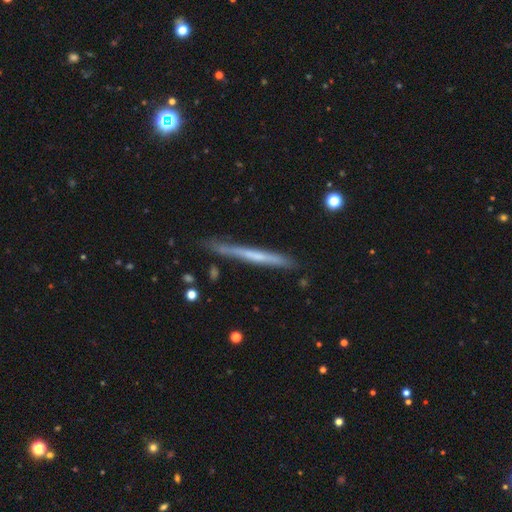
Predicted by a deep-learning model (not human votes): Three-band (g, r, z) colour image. It shows a featured or disk galaxy (53%) viewed edge-on (96%) with no central bulge (81%). Merging: none (80%).